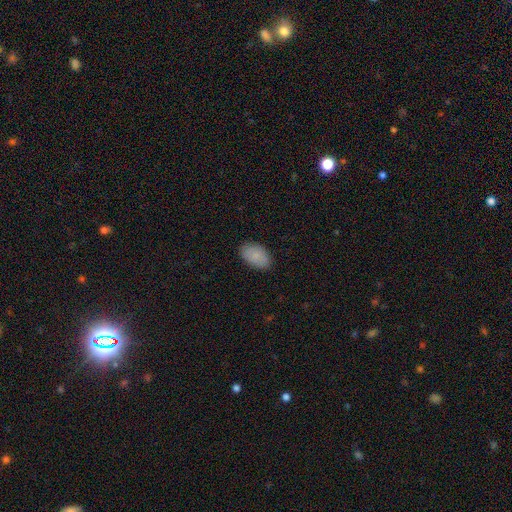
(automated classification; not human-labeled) smooth 86%, featured or disk 7%, star or artifact 7%. Down the decision tree: how rounded — in between (92%); merging — none (86%).